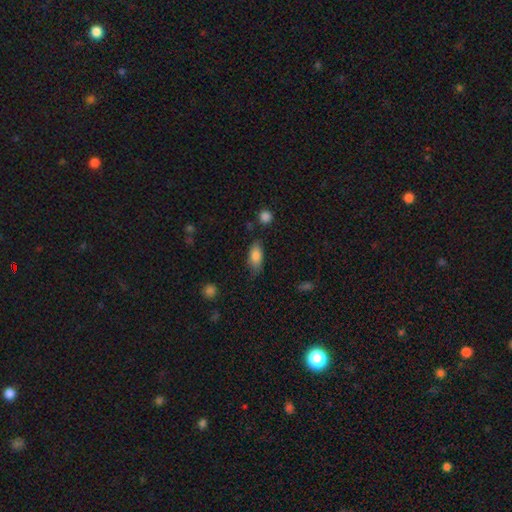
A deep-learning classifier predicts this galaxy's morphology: Q: Smooth or featured?
A: smooth (82%); runner-up: featured or disk (11%)
Q: How rounded?
A: in between (86%); runner-up: cigar-shaped (11%)
Q: Merging?
A: none (70%); runner-up: minor disturbance (23%)